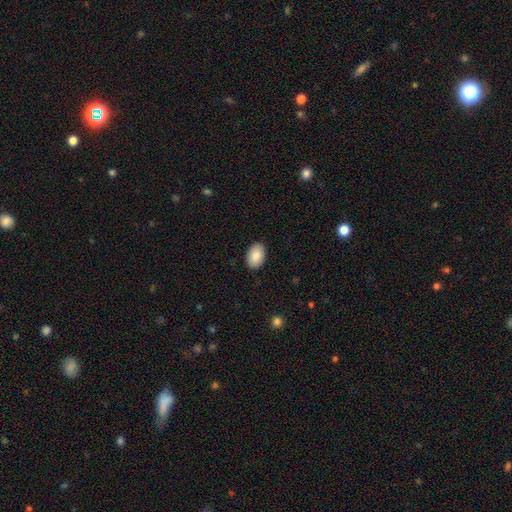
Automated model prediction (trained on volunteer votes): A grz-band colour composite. It shows a smooth galaxy with no disk features (89%) that is in between round and cigar-shaped (90%). Merging: none (89%).